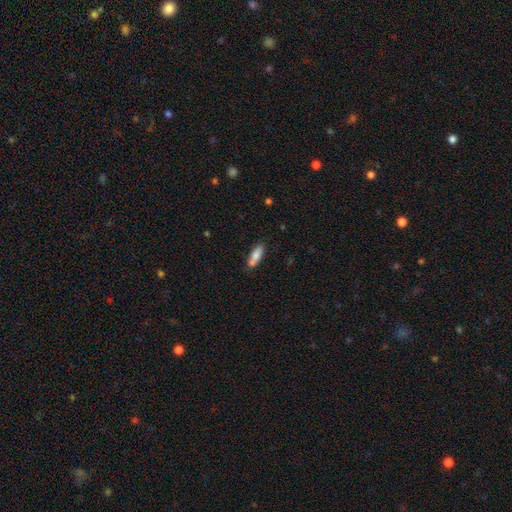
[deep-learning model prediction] A smooth galaxy with no disk features (76%) that is in between round and cigar-shaped (60%). Merging: none (57%).